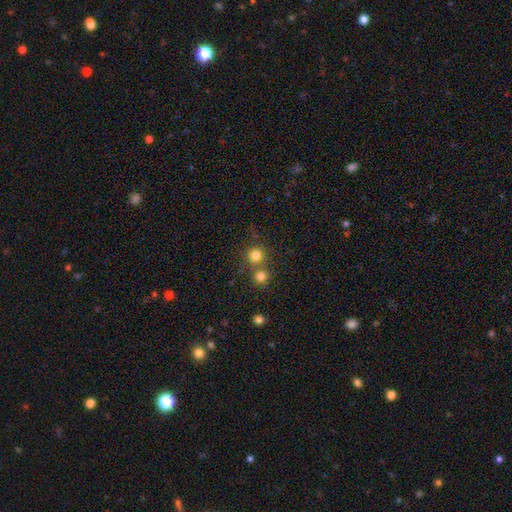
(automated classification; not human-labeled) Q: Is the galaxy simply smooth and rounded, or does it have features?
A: smooth — 79%.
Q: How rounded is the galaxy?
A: round — 93%.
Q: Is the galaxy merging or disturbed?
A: none — 65%.